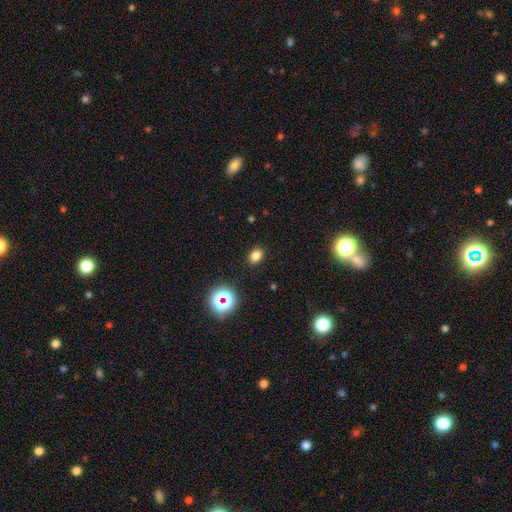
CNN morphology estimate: A smooth galaxy with no disk features (78%) that is in between round and cigar-shaped (60%).

Vote fractions:
- Smooth or featured? smooth: 78% / star or artifact: 17% / featured or disk: 5%
- How rounded? in between: 60% / round: 39% / cigar-shaped: 1%
- Merging? none: 89% / minor disturbance: 7% / major disturbance: 2% / merger: 1%